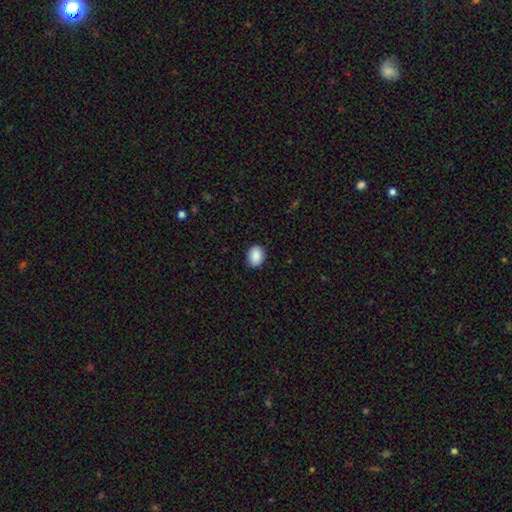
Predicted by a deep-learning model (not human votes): The model was most divided on "how rounded": in between: 72%, round: 27%, cigar-shaped: 1%. More confident: smooth or featured — smooth (90%); merging — none (88%).